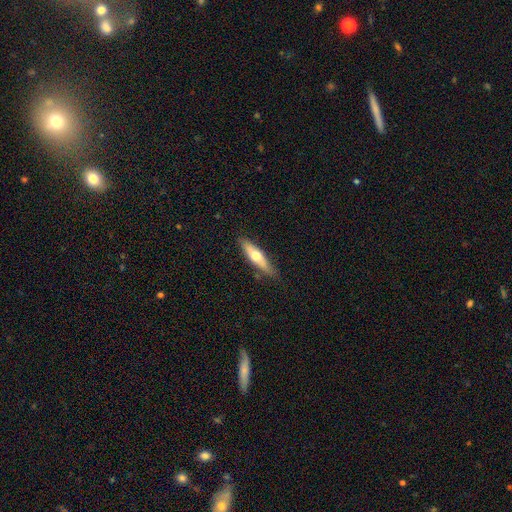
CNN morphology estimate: Overall: smooth (55%; featured or disk 39%). How rounded: cigar-shaped (72%). Merging: none (82%).